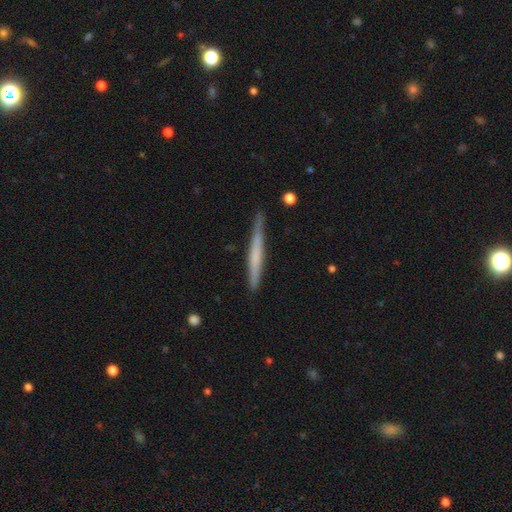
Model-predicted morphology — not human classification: This is possibly a featured or disk galaxy (49%). Merging: clearly none (85%).